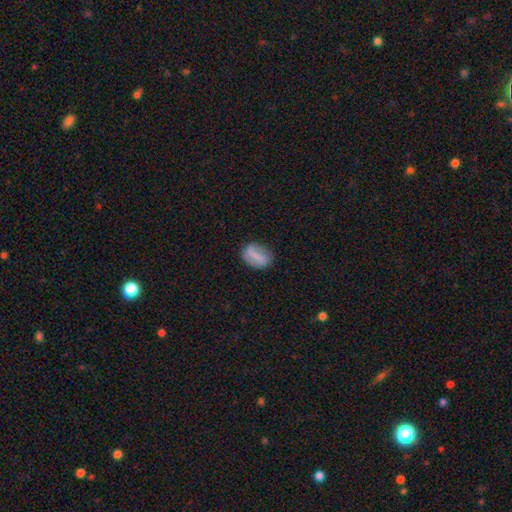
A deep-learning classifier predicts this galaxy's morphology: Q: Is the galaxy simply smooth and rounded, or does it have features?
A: smooth — 66%.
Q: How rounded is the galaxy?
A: in between — 78%.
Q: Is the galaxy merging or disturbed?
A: none — 72%.